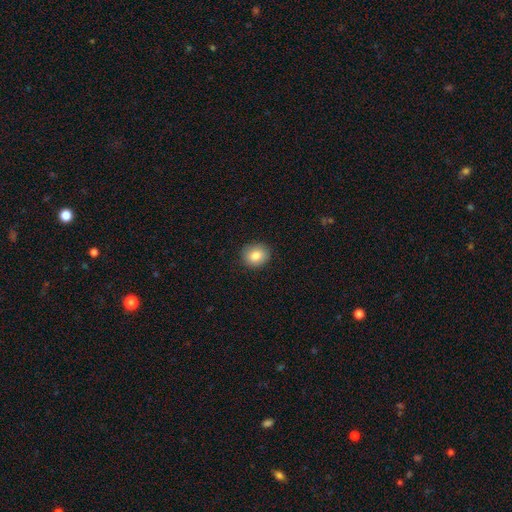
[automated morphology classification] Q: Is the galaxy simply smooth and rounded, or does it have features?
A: smooth — 84%.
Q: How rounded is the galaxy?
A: round — 71%.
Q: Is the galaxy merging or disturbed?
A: none — 89%.